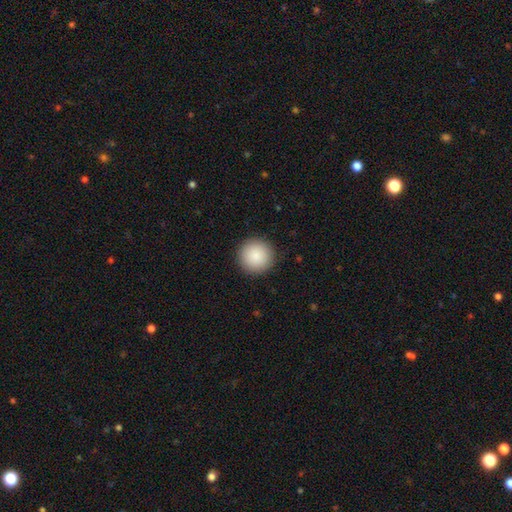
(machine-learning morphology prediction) smooth_or_featured: smooth (p=0.88) [alt: star or artifact p=0.08]
how_rounded: round (p=0.96) [alt: in between p=0.03]
merging: none (p=0.92) [alt: minor disturbance p=0.05]